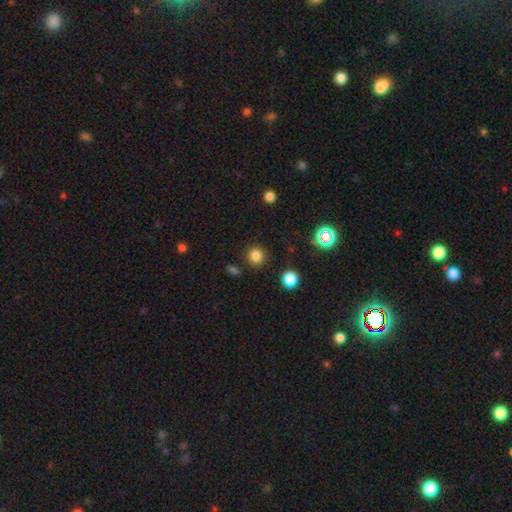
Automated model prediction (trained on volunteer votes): Smooth or featured?
  - smooth: 81% *
  - star or artifact: 15%
  - featured or disk: 4%
How rounded?
  - round: 90% *
  - in between: 9%
  - cigar-shaped: 1%
Merging?
  - none: 88% *
  - minor disturbance: 7%
  - major disturbance: 3%
  - merger: 3%